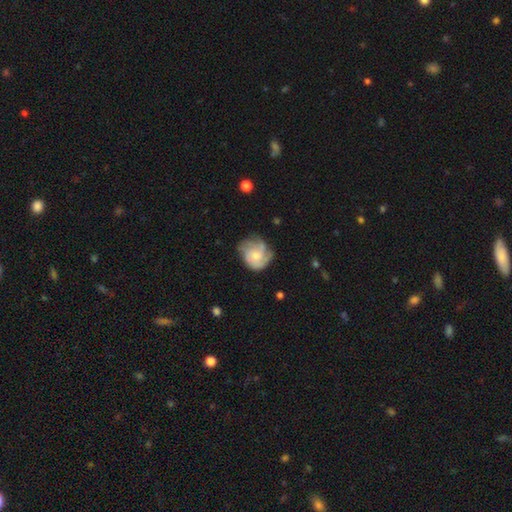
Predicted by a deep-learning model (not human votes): smooth-or-featured: featured or disk: 54% | smooth: 39% | star or artifact: 7%
  disk-edge-on: no: 98% | yes: 2%
    bar: no: 80% | weak: 18% | strong: 2%
    has-spiral-arms: yes: 80% | no: 20%
    bulge-size: small: 47% | moderate: 42% | none: 6% | large: 3% | dominant: 1%
  merging: none: 57% | minor disturbance: 28% | major disturbance: 13% | merger: 2%